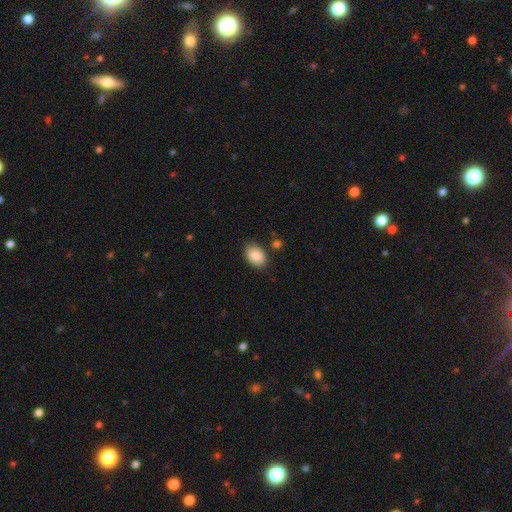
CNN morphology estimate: A smooth galaxy with no disk features (88%) that is in between round and cigar-shaped (83%). Merging: none (83%).